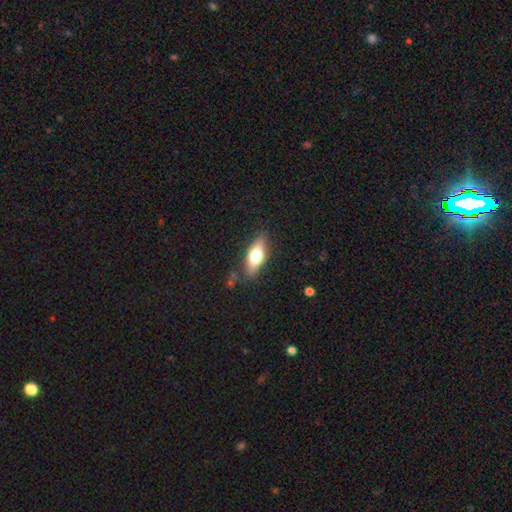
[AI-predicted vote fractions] This appears to be a smooth galaxy with no disk features (65%) that is in between round and cigar-shaped (69%). Merging: none (82%).